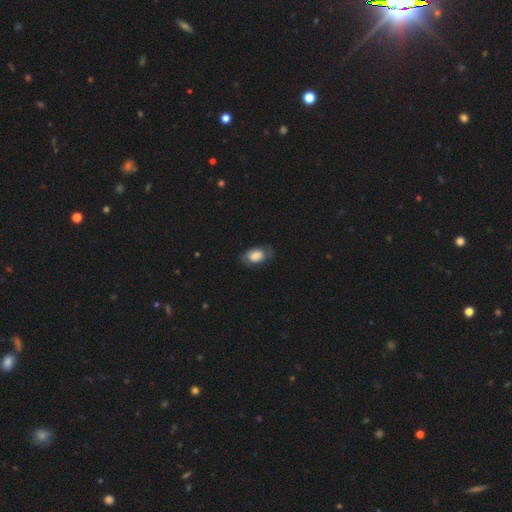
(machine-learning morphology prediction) Smooth or featured?
  - smooth: 65% *
  - featured or disk: 27%
  - star or artifact: 8%
How rounded?
  - in between: 89% *
  - round: 10%
  - cigar-shaped: 2%
Merging?
  - none: 69% *
  - minor disturbance: 21%
  - major disturbance: 8%
  - merger: 1%